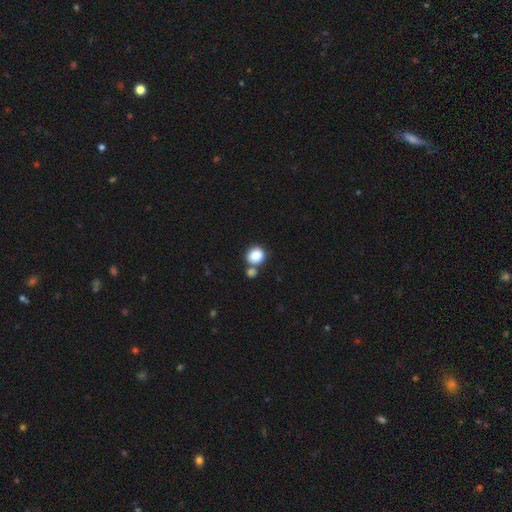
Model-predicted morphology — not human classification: A smooth galaxy with no disk features (86%) that is round (79%).

Vote fractions:
- Smooth or featured? smooth: 86% / star or artifact: 9% / featured or disk: 5%
- How rounded? round: 79% / in between: 20% / cigar-shaped: 1%
- Merging? none: 57% / merger: 29% / minor disturbance: 10% / major disturbance: 4%